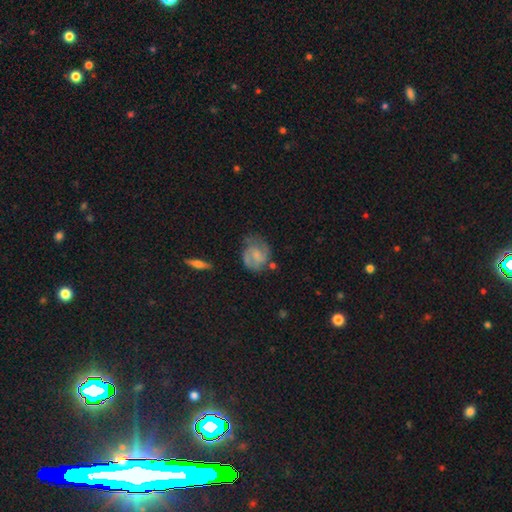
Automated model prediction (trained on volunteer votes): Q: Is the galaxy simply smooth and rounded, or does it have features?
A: featured or disk — 61%.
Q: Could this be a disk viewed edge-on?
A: no — 97%.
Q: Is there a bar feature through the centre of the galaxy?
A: no — 48%.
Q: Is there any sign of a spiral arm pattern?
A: yes — 85%.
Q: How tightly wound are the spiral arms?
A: medium — 46%.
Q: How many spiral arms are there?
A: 2 — 70%.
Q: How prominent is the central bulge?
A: small — 40%.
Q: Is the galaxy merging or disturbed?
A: none — 58%.